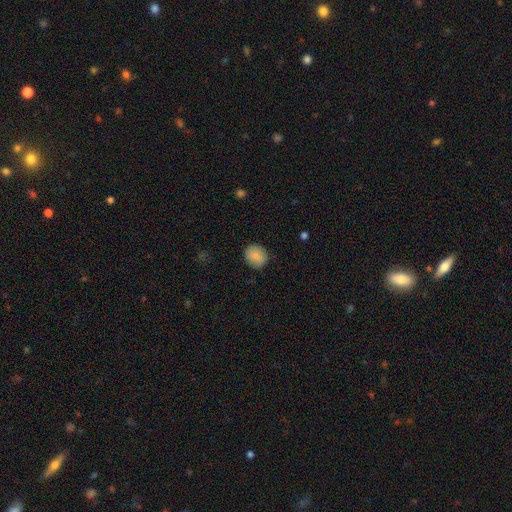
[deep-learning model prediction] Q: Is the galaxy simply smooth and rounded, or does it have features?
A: smooth — 86%.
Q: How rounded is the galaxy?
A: round — 71%.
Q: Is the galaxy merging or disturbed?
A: none — 84%.